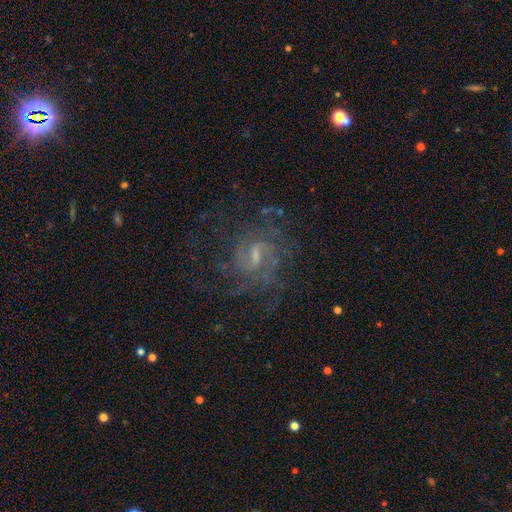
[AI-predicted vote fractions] A featured or disk galaxy (81%) with a weak bar (61%), medium (45%) spiral arms (92%) and a small central bulge (51%).

Vote fractions:
- Smooth or featured? featured or disk: 81% / star or artifact: 11% / smooth: 9%
- Edge-on disk? no: 97% / yes: 3%
- Bar? weak: 61% / strong: 22% / no: 18%
- Spiral arms? yes: 92% / no: 8%
- Spiral winding? medium: 45% / tight: 36% / loose: 19%
- Spiral arm count? can't tell: 36% / 2: 26% / 3: 16% / 4: 11% / more than 4: 6% / 1: 6%
- Bulge size? small: 51% / moderate: 31% / none: 15% / large: 3% / dominant: 1%
- Merging? none: 64% / major disturbance: 18% / minor disturbance: 16% / merger: 2%